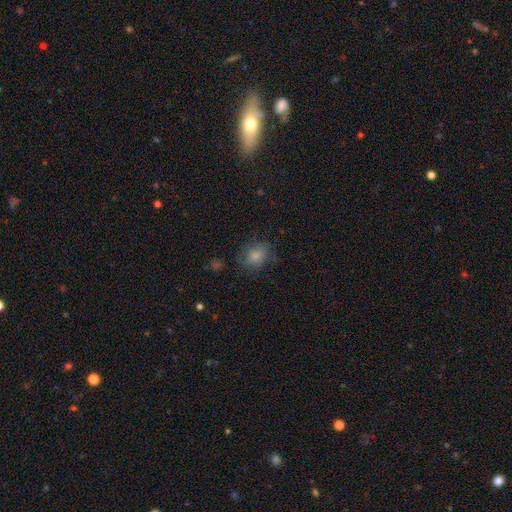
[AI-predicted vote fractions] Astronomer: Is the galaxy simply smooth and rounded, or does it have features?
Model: smooth — 81%.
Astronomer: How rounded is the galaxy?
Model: in between — 51% (runner-up: round, 48%).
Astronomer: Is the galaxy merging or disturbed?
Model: none — 71%.